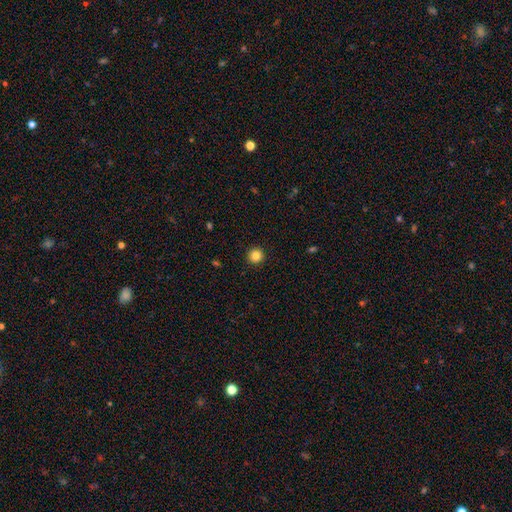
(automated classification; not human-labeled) Smooth or featured? smooth (84%)
How rounded? round (96%)
Merging? none (93%)